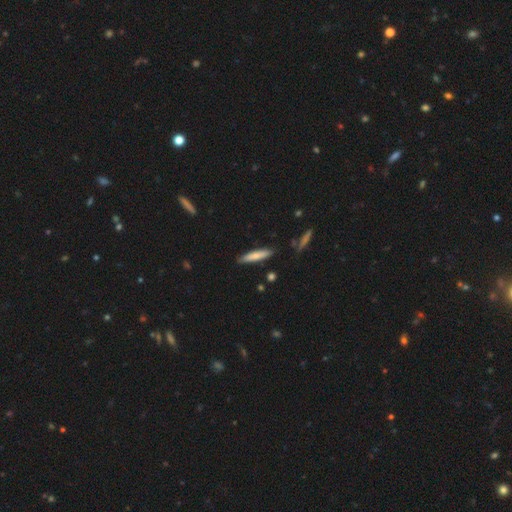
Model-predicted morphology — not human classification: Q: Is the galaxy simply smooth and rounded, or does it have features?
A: smooth — 73%.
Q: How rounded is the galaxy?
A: cigar-shaped — 87%.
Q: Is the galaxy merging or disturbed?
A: none — 86%.